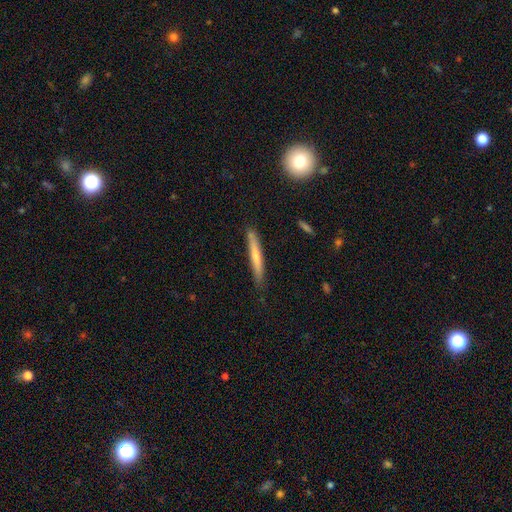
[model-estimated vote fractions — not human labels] Smooth or featured?
  - smooth: 59% *
  - featured or disk: 35%
  - star or artifact: 6%
How rounded?
  - cigar-shaped: 95% *
  - in between: 3%
  - round: 1%
Merging?
  - none: 83% *
  - minor disturbance: 14%
  - major disturbance: 2%
  - merger: 2%